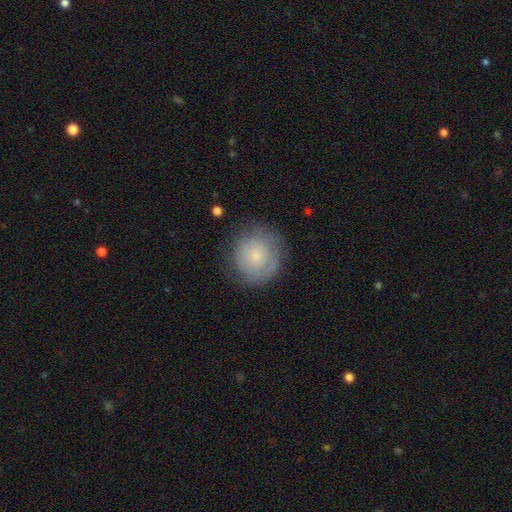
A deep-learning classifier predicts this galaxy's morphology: smooth_or_featured: smooth (p=0.63) [alt: featured or disk p=0.29]
how_rounded: round (p=0.92) [alt: in between p=0.07]
merging: none (p=0.77) [alt: minor disturbance p=0.16]